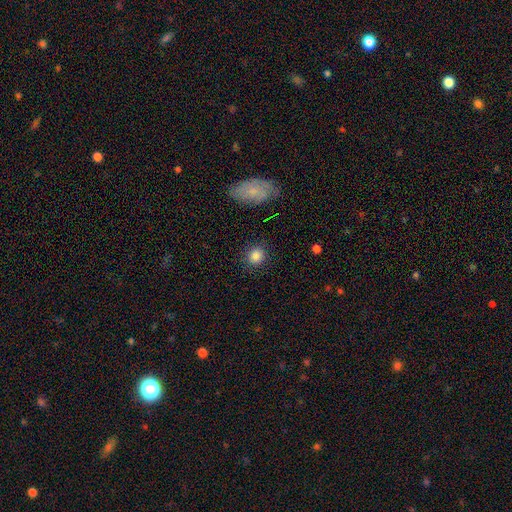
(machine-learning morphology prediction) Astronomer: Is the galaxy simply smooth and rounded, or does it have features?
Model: smooth — 86%.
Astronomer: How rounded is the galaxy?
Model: round — 84%.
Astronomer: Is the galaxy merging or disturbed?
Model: none — 89%.